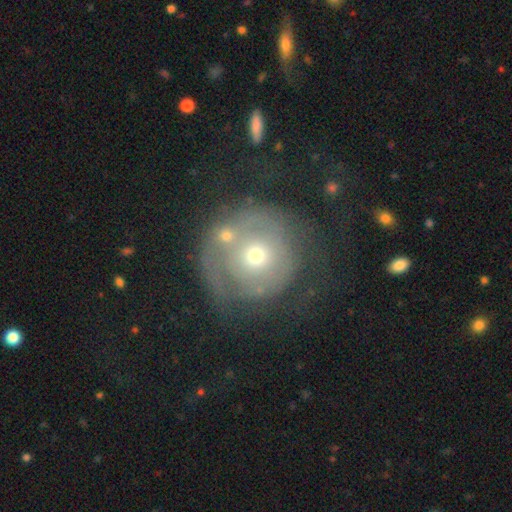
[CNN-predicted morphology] Smooth or featured? featured or disk (53%)
Edge-on disk? no (96%)
Bar? no (89%)
Spiral arms? no (57%)
Bulge size? small (49%)
Merging? none (51%)